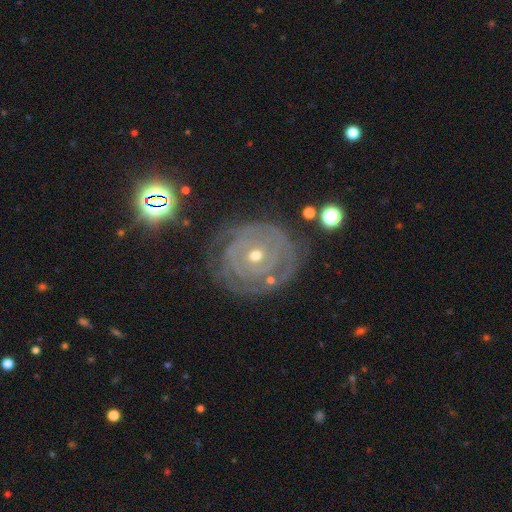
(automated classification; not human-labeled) Smooth or featured: featured or disk — 83% (smooth — 11%)
Edge-on disk: no — 97% (yes — 3%)
Bar: no — 79% (weak — 16%)
Spiral arms: yes — 87% (no — 13%)
Spiral winding: tight — 83% (medium — 12%)
Spiral arm count: can't tell — 42% (2 — 20%)
Bulge size: small — 54% (moderate — 43%)
Merging: none — 70% (minor disturbance — 18%)